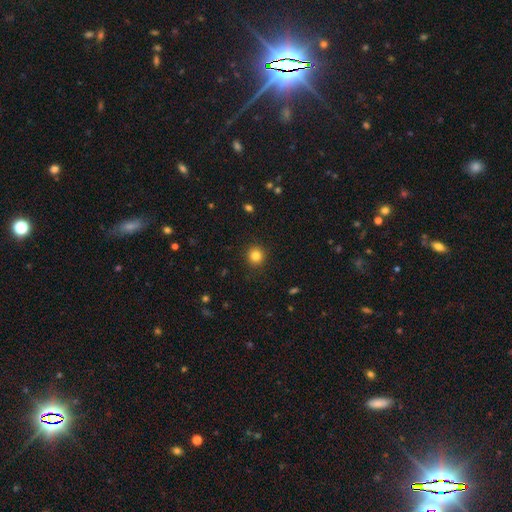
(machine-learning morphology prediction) Smooth or featured? Predicted: smooth (p=0.83). How rounded? Predicted: round (p=0.92). Merging? Predicted: none (p=0.91).